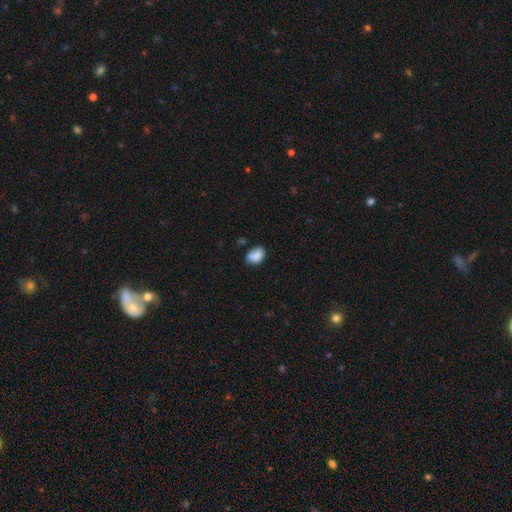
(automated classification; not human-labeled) smooth_or_featured: smooth (p=0.83) [alt: star or artifact p=0.09]
how_rounded: in between (p=0.76) [alt: round p=0.22]
merging: none (p=0.63) [alt: minor disturbance p=0.24]